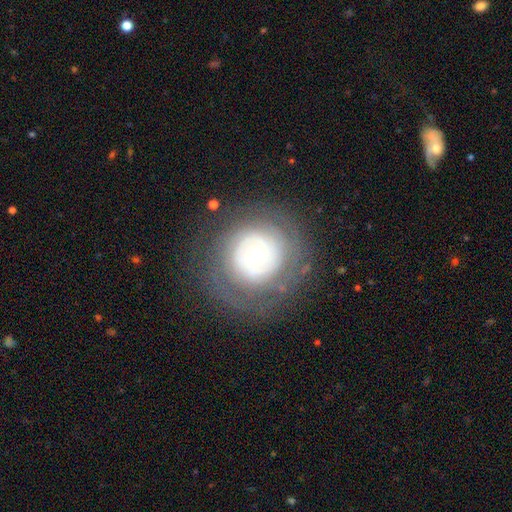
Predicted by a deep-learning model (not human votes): featured or disk 63%, smooth 29%, star or artifact 8%. Down the decision tree: edge-on disk — no (96%); bar — no (81%); spiral arms — no (51%); bulge size — moderate (63%); merging — none (74%).